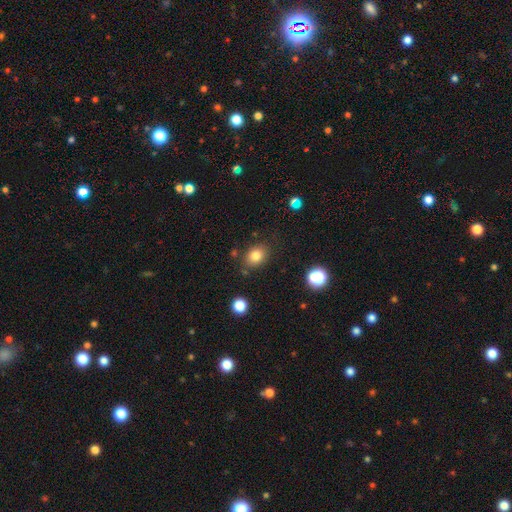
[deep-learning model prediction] Smooth or featured?
  - smooth: 81% *
  - star or artifact: 11%
  - featured or disk: 7%
How rounded?
  - in between: 64% *
  - round: 35%
  - cigar-shaped: 1%
Merging?
  - none: 80% *
  - minor disturbance: 12%
  - merger: 4%
  - major disturbance: 4%